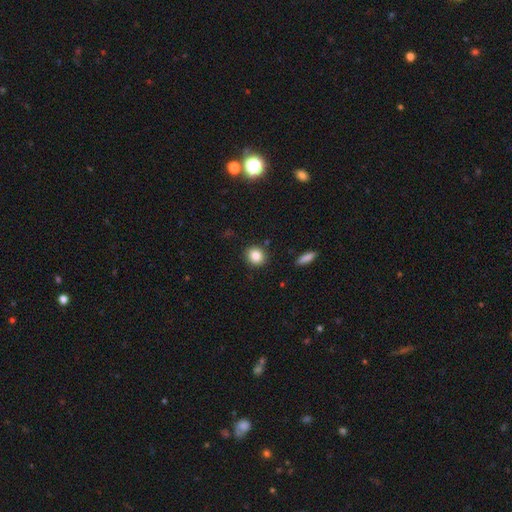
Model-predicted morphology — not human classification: This is clearly a smooth galaxy (85%). How rounded: clearly round (81%). Merging: clearly none (88%).